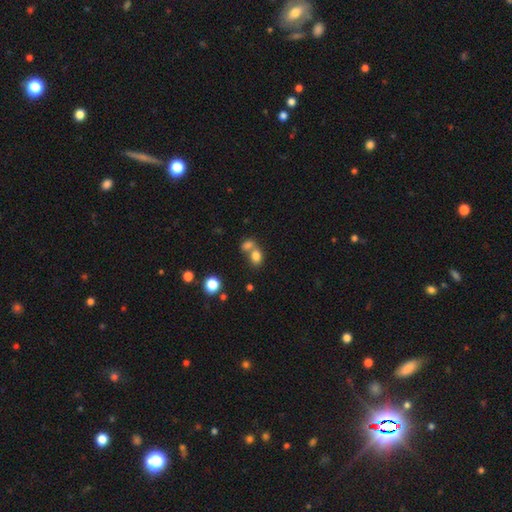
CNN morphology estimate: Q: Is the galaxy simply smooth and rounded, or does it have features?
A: smooth — 79%.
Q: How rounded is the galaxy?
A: in between — 59%.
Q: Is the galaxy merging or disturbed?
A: merger — 52%.